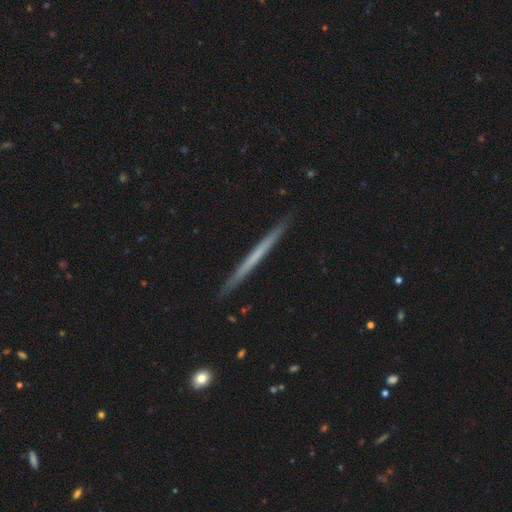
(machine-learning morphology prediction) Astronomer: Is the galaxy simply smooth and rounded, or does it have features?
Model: featured or disk — 52% (runner-up: smooth, 43%).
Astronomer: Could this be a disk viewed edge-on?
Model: yes — 98%.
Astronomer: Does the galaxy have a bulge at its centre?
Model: none — 94%.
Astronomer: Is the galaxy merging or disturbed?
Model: none — 92%.